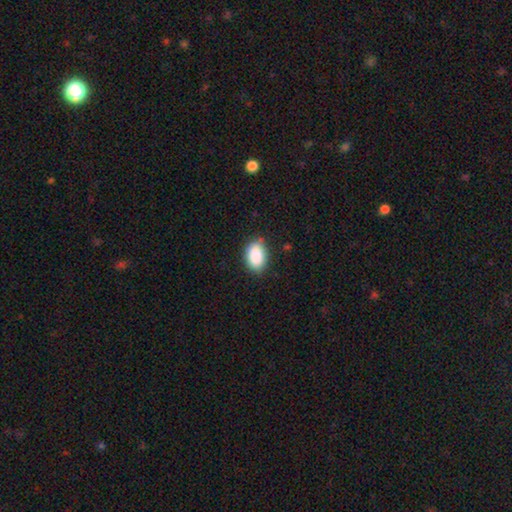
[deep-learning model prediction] The model was most divided on "merging": none: 84%, minor disturbance: 12%, major disturbance: 2%, merger: 1%. More confident: how rounded — in between (90%); smooth or featured — smooth (89%).